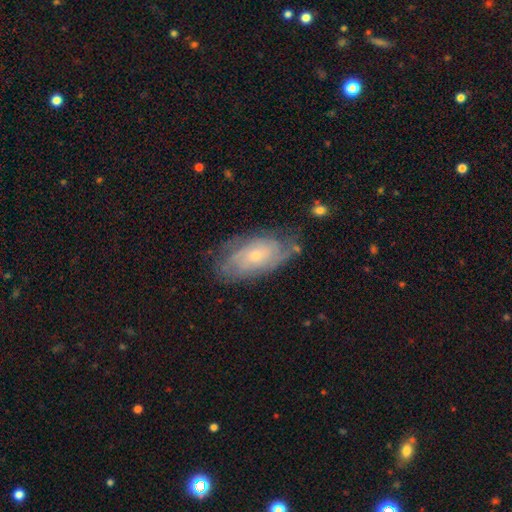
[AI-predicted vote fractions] Q: Smooth or featured?
A: featured or disk (69%); runner-up: smooth (24%)
Q: Edge-on disk?
A: no (93%); runner-up: yes (7%)
Q: Bar?
A: no (76%); runner-up: weak (20%)
Q: Spiral arms?
A: yes (86%); runner-up: no (14%)
Q: Spiral winding?
A: tight (59%); runner-up: medium (31%)
Q: Spiral arm count?
A: can't tell (50%); runner-up: 2 (23%)
Q: Bulge size?
A: small (68%); runner-up: moderate (28%)
Q: Merging?
A: none (67%); runner-up: minor disturbance (22%)